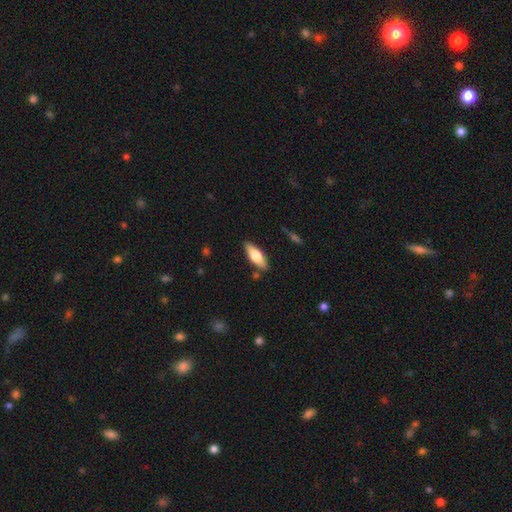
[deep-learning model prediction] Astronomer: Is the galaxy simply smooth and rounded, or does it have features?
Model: smooth — 64%.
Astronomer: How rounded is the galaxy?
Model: in between — 67%.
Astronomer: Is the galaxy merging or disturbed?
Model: none — 84%.